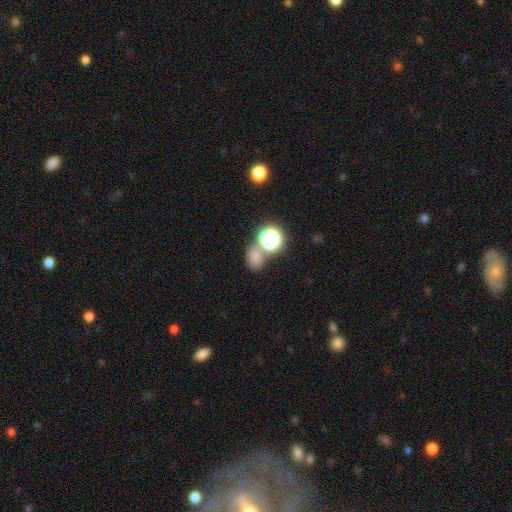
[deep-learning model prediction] Morphology: type=smooth (66%); roundness=round (49%, tied with in between); merging=none (54%).